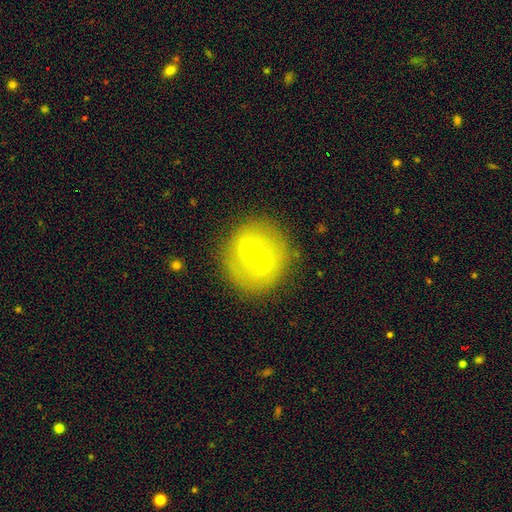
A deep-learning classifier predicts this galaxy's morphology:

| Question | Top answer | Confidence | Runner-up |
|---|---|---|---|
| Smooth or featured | featured or disk | 82% | smooth (12%) |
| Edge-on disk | no | 97% | yes (3%) |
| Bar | weak | 45% | no (29%) |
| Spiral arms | yes | 91% | no (9%) |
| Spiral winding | medium | 49% | loose (30%) |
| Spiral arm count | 2 | 90% | can't tell (4%) |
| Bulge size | small | 67% | moderate (30%) |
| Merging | none | 85% | minor disturbance (10%) |